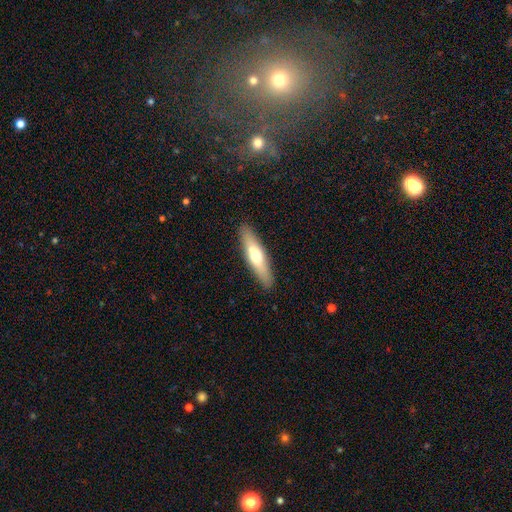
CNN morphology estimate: Overall: smooth (54%; featured or disk 40%). How rounded: cigar-shaped (73%). Merging: none (88%).